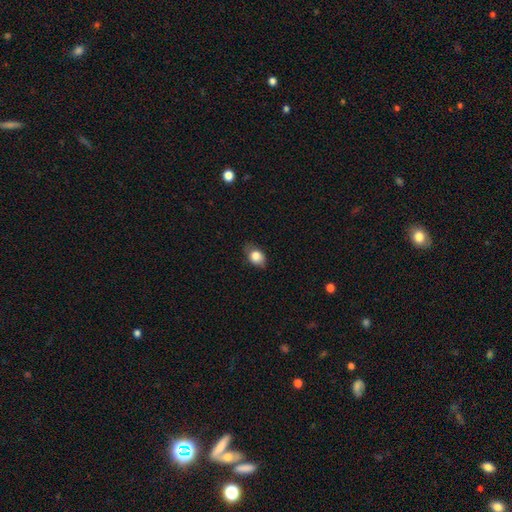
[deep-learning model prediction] The model was most divided on "how rounded": in between: 70%, round: 29%, cigar-shaped: 1%. More confident: smooth or featured — smooth (80%); merging — none (69%).